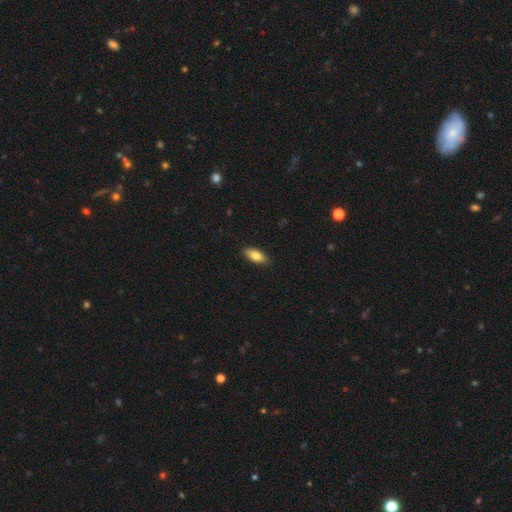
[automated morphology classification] Overall: smooth (81%). How rounded: in between (84%). Merging: none (89%).